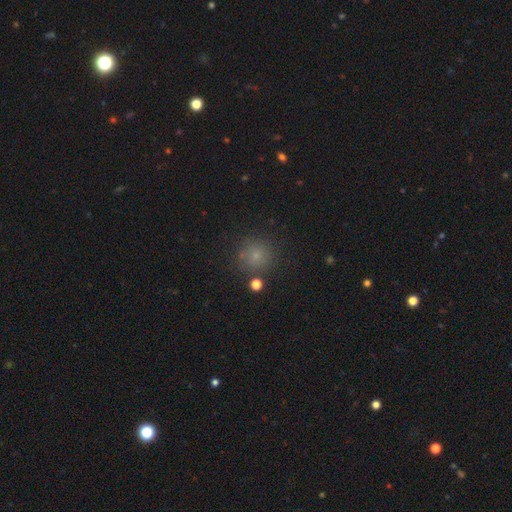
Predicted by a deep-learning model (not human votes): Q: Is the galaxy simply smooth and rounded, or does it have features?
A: smooth — 74%.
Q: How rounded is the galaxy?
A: round — 93%.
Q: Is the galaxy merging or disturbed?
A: none — 82%.